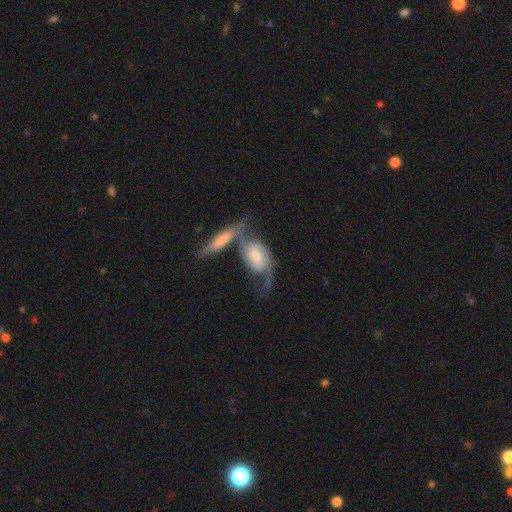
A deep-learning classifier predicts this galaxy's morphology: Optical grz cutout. It shows a featured or disk galaxy (71%) with no bar (43%), 2 (79%) medium (42%) spiral arms (91%) and a small central bulge (40%, tied with moderate). Merging: merger (50%).